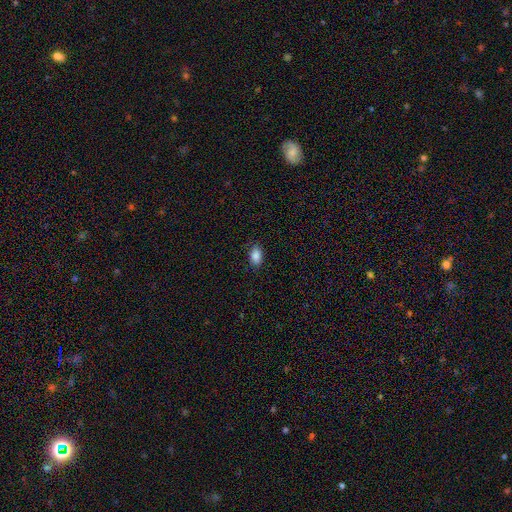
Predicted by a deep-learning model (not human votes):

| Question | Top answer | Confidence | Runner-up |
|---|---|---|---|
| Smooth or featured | smooth | 87% | star or artifact (8%) |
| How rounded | in between | 89% | round (9%) |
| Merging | none | 84% | minor disturbance (12%) |